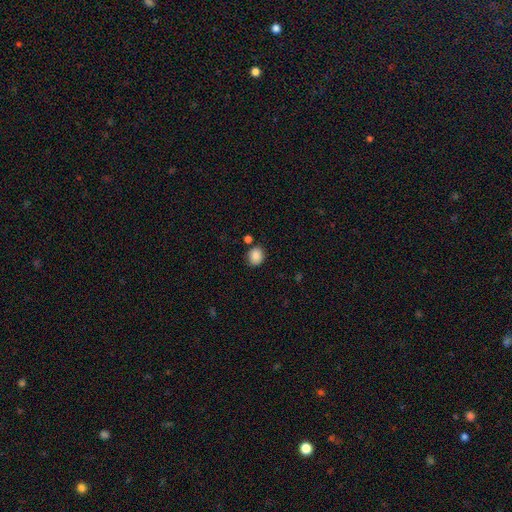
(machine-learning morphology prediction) type=smooth (87%); roundness=round (65%); merging=none (80%).